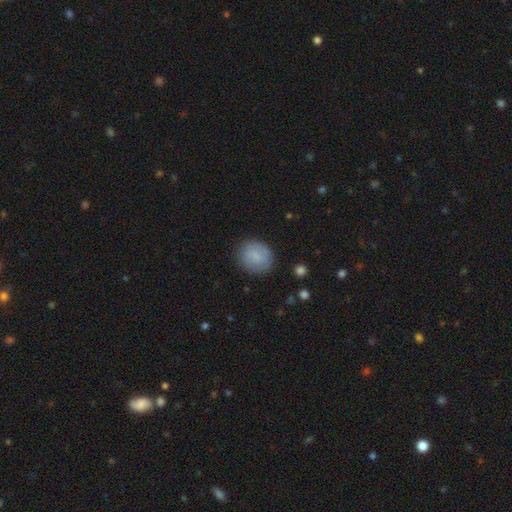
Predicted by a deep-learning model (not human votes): smooth 81%, featured or disk 12%, star or artifact 7%. Down the decision tree: how rounded — round (74%); merging — none (84%).